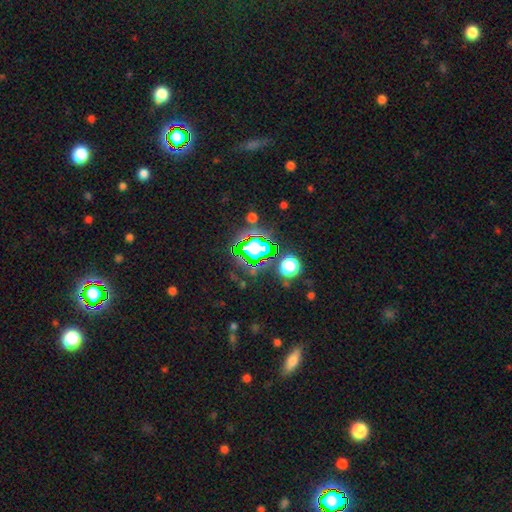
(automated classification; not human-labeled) smooth_or_featured: star or artifact (p=0.78) [alt: smooth p=0.13]